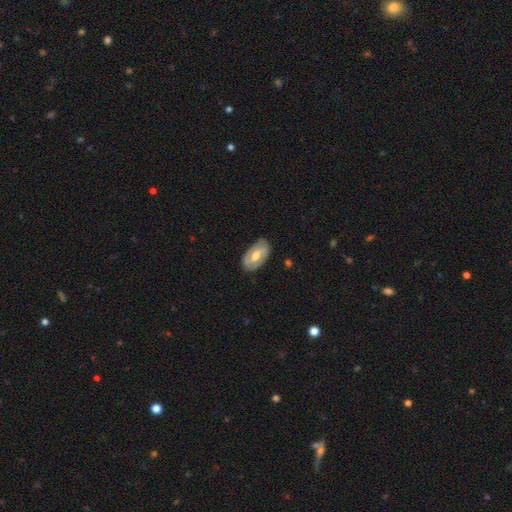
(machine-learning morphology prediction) Q: Smooth or featured?
A: featured or disk (56%); runner-up: smooth (38%)
Q: Edge-on disk?
A: no (92%); runner-up: yes (8%)
Q: Bar?
A: weak (42%); runner-up: no (38%)
Q: Spiral arms?
A: no (51%); runner-up: yes (49%)
Q: Bulge size?
A: moderate (72%); runner-up: small (15%)
Q: Merging?
A: none (79%); runner-up: minor disturbance (16%)